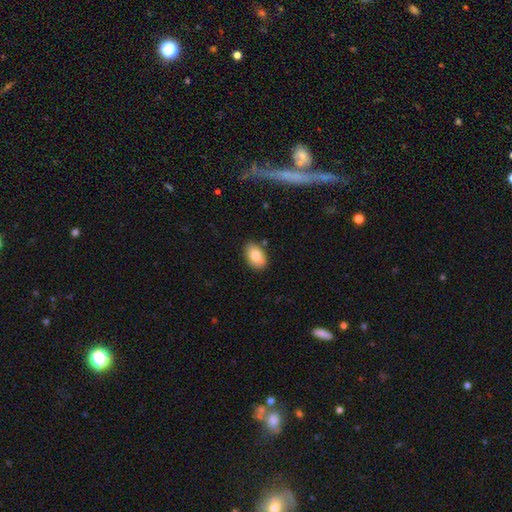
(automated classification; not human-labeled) This appears to be a smooth galaxy with no disk features (82%) that is in between round and cigar-shaped (88%). Merging: none (80%).